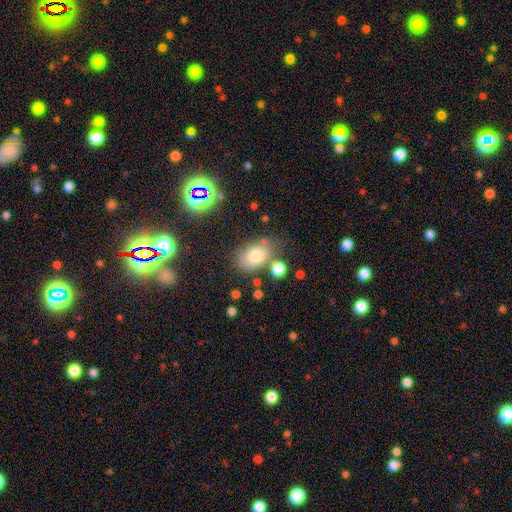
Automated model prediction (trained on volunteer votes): Smooth or featured? smooth (71%)
How rounded? in between (79%)
Merging? none (64%)